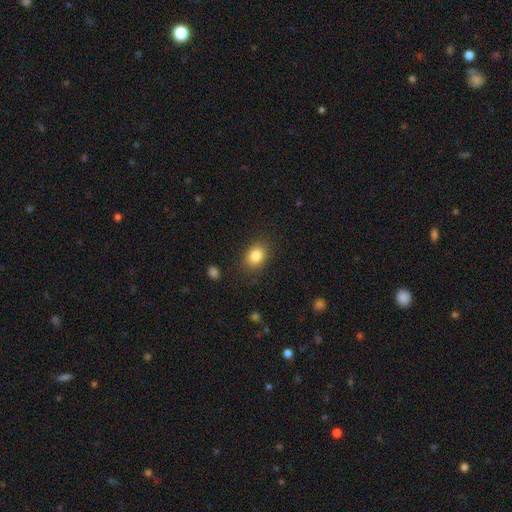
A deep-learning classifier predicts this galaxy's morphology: Q: Smooth or featured?
A: smooth (84%); runner-up: star or artifact (9%)
Q: How rounded?
A: in between (61%); runner-up: round (38%)
Q: Merging?
A: none (84%); runner-up: minor disturbance (11%)